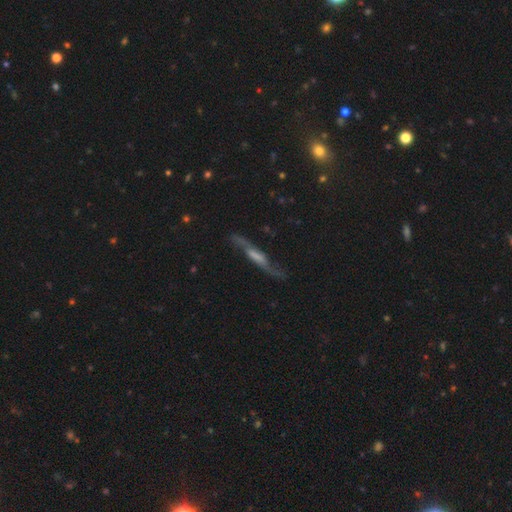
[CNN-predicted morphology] A featured or disk galaxy (77%). Merging: none (72%).